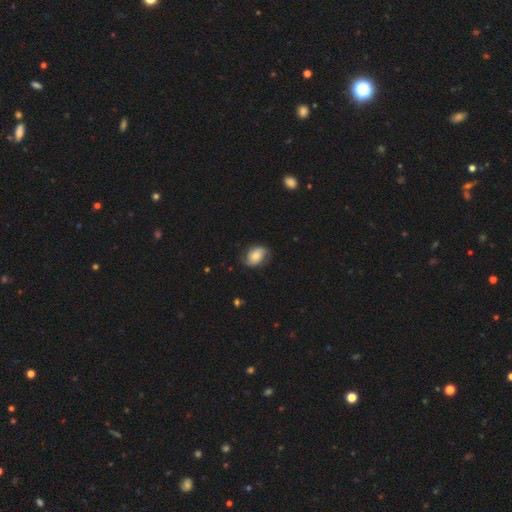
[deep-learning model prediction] This is possibly a featured or disk galaxy (48%). Merging: likely none (69%).